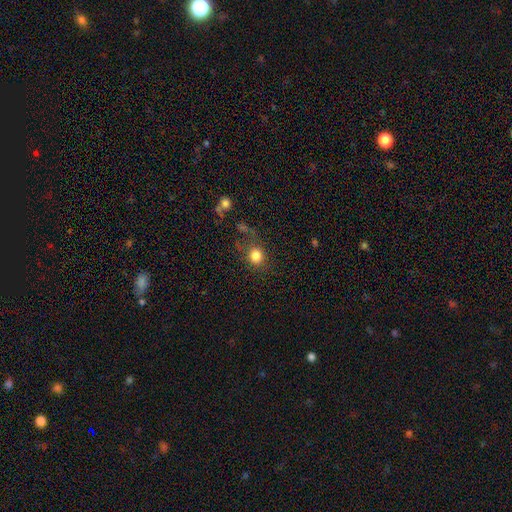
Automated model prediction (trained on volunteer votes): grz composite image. It shows a smooth galaxy with no disk features (82%) that is round (78%). Merging: none (69%).